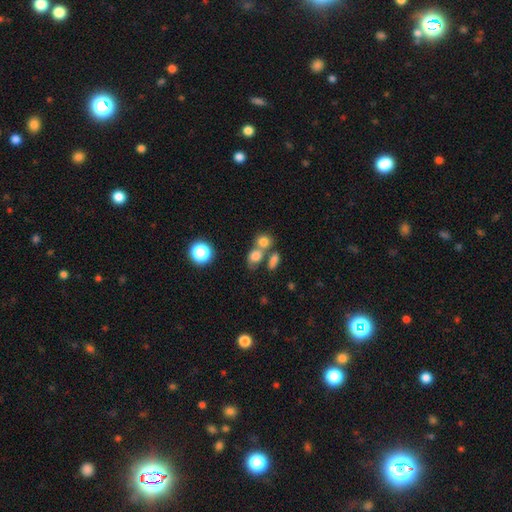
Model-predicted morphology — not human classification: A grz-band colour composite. It shows a smooth galaxy with no disk features (76%) that is in between round and cigar-shaped (51%). Merging: merger (45%).